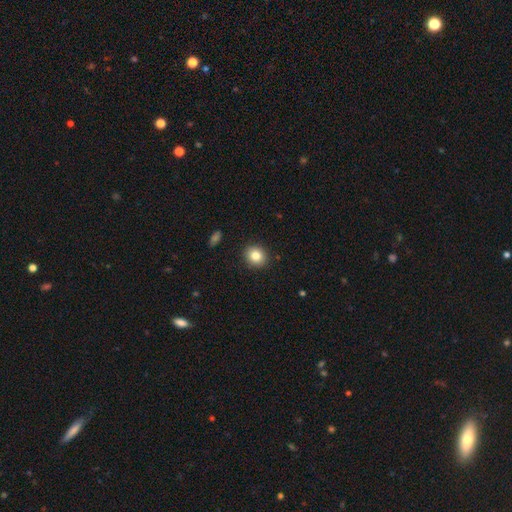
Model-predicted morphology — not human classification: Smooth or featured? Predicted: smooth (p=0.83). How rounded? Predicted: round (p=0.78). Merging? Predicted: none (p=0.90).